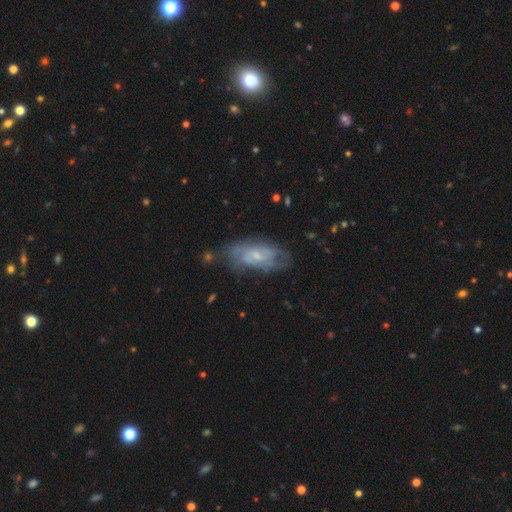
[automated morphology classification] smooth-or-featured: featured or disk: 66% | smooth: 26% | star or artifact: 8%
  disk-edge-on: no: 91% | yes: 9%
    bar: no: 57% | weak: 36% | strong: 6%
    has-spiral-arms: yes: 78% | no: 22%
    bulge-size: small: 65% | moderate: 26% | none: 6% | large: 2% | dominant: 1%
  merging: none: 65% | minor disturbance: 23% | major disturbance: 9% | merger: 3%